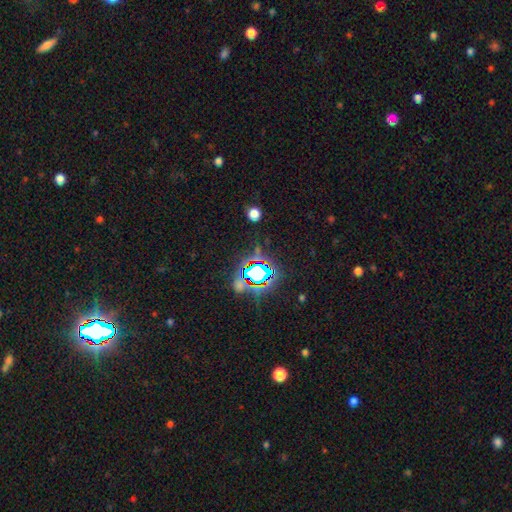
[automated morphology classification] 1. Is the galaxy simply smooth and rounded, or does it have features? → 82% star or artifact, 10% smooth, 8% featured or disk.